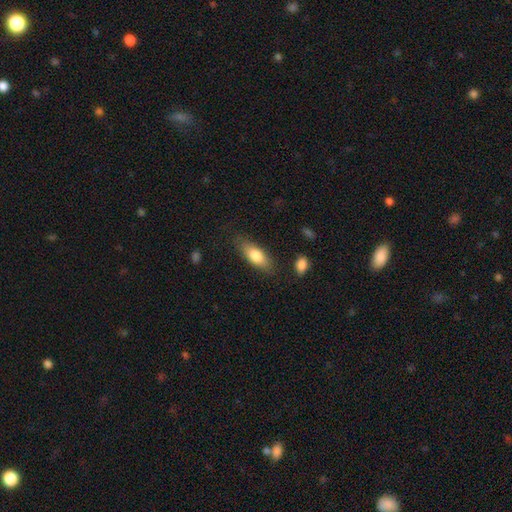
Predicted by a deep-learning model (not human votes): Morphology: type=smooth (77%); roundness=in between (74%); merging=none (79%).